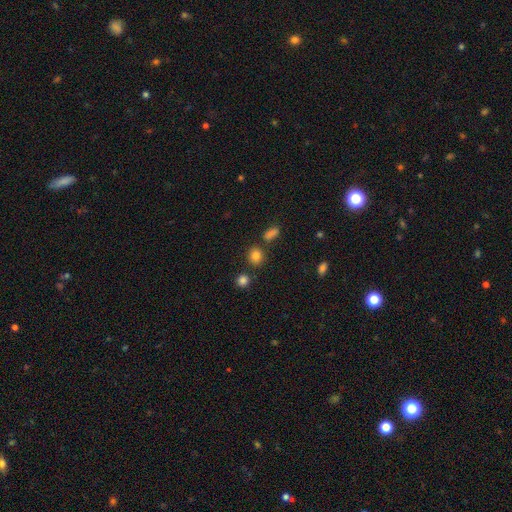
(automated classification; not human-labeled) This appears to be a smooth galaxy with no disk features (82%) that is round (72%). Merging: none (78%).